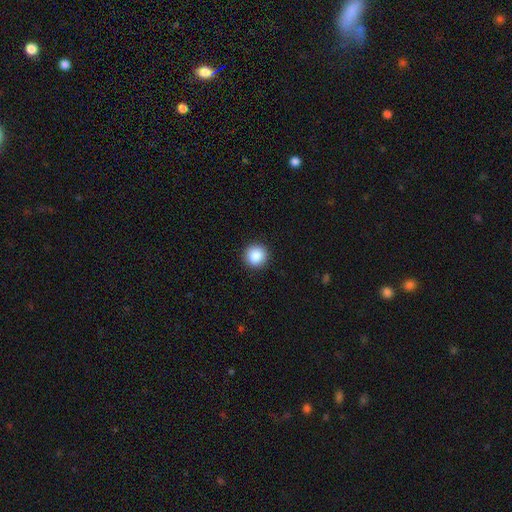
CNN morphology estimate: smooth 88%, star or artifact 9%, featured or disk 3%. Down the decision tree: how rounded — round (95%); merging — none (93%).